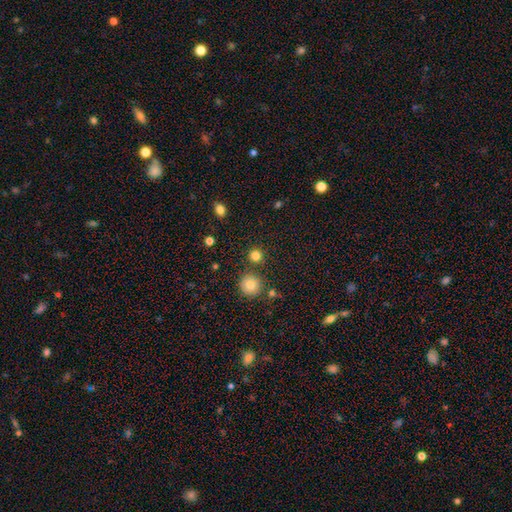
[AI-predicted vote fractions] smooth 81%, star or artifact 14%, featured or disk 5%. Down the decision tree: how rounded — round (93%); merging — none (84%).